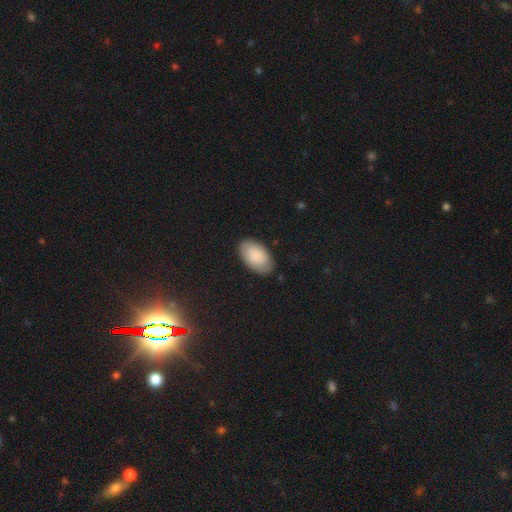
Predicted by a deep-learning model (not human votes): The model was most divided on "merging": none: 83%, minor disturbance: 13%, major disturbance: 3%, merger: 1%. More confident: how rounded — in between (95%); smooth or featured — smooth (86%).